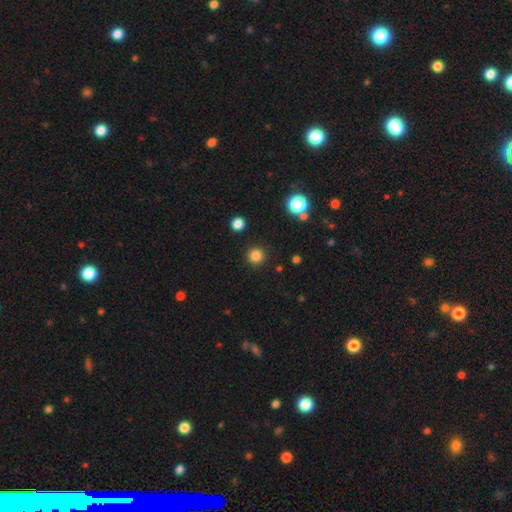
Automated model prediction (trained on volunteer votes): Overall: smooth (83%). How rounded: round (95%). Merging: none (91%).